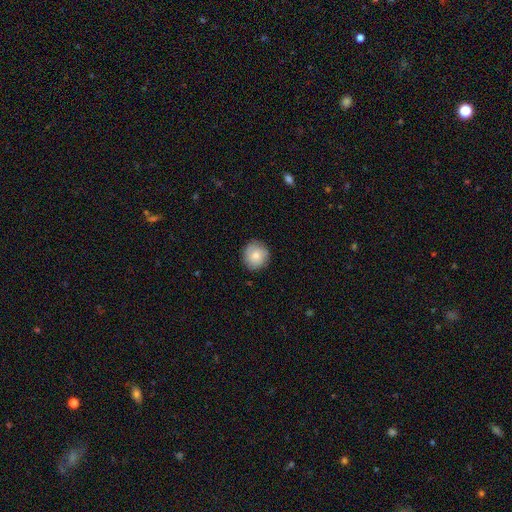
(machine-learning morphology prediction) This appears to be a smooth galaxy with no disk features (74%) that is round (90%). Merging: none (85%).